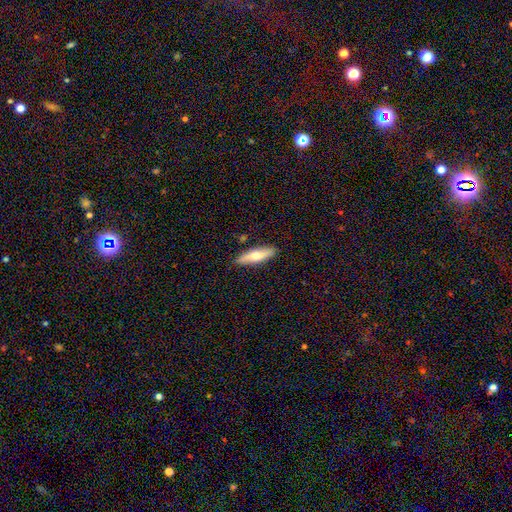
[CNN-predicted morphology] This is likely a smooth galaxy (62%). How rounded: likely cigar-shaped (60%). Merging: clearly none (86%).